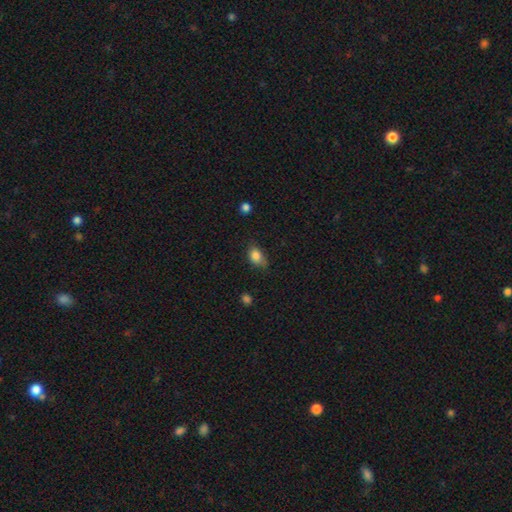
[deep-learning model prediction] Morphology: type=smooth (84%); roundness=in between (75%); merging=none (61%).